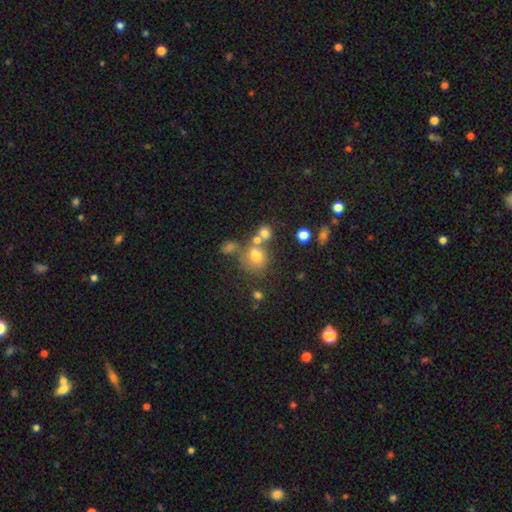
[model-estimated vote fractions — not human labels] The model was most divided on "merging": none: 47%, merger: 29%, minor disturbance: 15%, major disturbance: 9%. More confident: smooth or featured — smooth (69%); how rounded — round (65%).